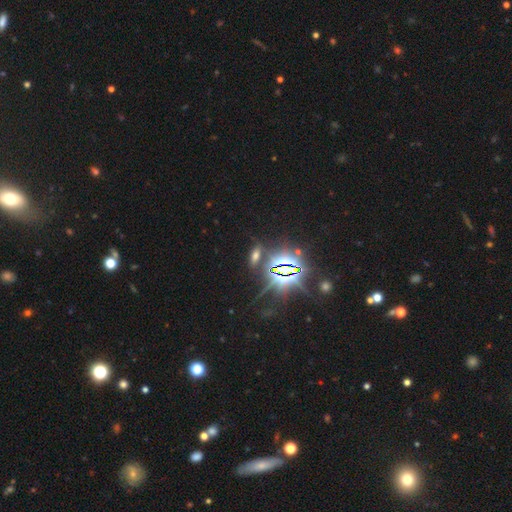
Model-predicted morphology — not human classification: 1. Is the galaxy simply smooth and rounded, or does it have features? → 49% star or artifact, 39% smooth, 12% featured or disk.